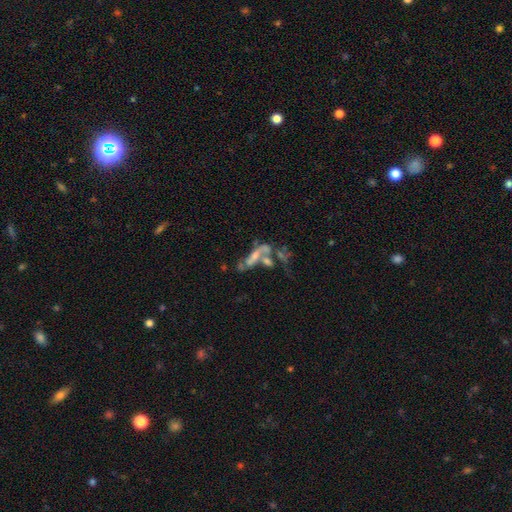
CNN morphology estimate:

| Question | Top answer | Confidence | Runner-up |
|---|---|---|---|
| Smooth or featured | featured or disk | 57% | smooth (31%) |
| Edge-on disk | no | 80% | yes (20%) |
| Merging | merger | 51% | major disturbance (21%) |